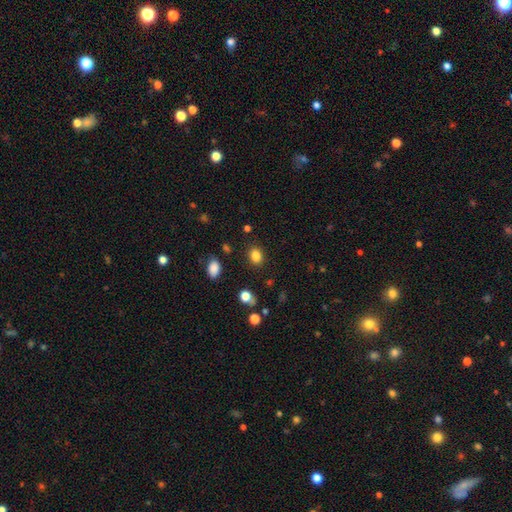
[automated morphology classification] smooth_or_featured: smooth (p=0.84) [alt: star or artifact p=0.11]
how_rounded: in between (p=0.56) [alt: round p=0.43]
merging: none (p=0.86) [alt: minor disturbance p=0.09]